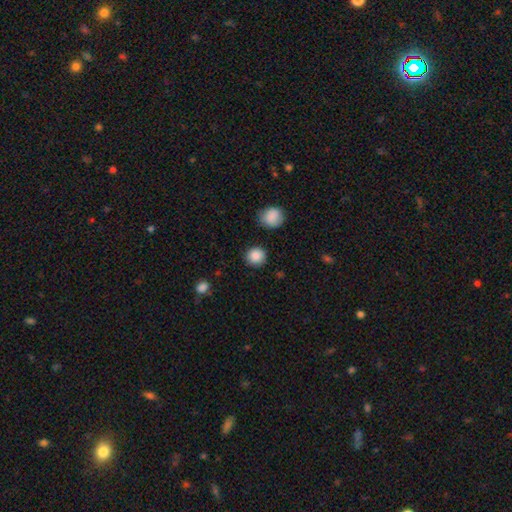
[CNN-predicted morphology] smooth-or-featured: smooth: 88% | star or artifact: 9% | featured or disk: 3%
  how-rounded: round: 90% | in between: 9% | cigar-shaped: 1%
  merging: none: 88% | minor disturbance: 8% | major disturbance: 2% | merger: 2%